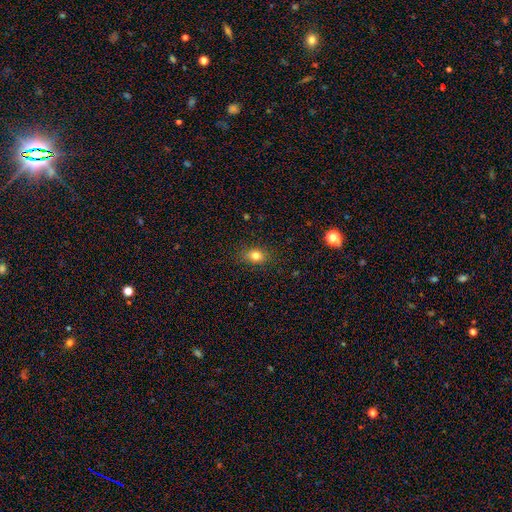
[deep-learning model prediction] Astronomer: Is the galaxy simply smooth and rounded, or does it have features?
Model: smooth — 80%.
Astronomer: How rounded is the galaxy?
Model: in between — 62%.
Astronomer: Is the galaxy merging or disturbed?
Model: none — 84%.